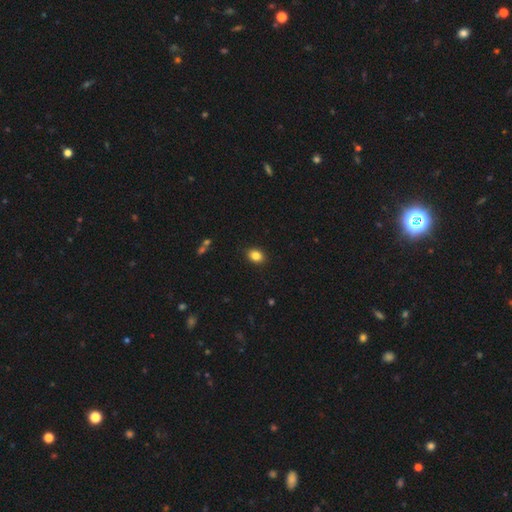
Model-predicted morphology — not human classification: A smooth galaxy with no disk features (85%) that is in between round and cigar-shaped (63%).

Vote fractions:
- Smooth or featured? smooth: 85% / star or artifact: 10% / featured or disk: 5%
- How rounded? in between: 63% / round: 36% / cigar-shaped: 1%
- Merging? none: 89% / minor disturbance: 8% / major disturbance: 2% / merger: 1%